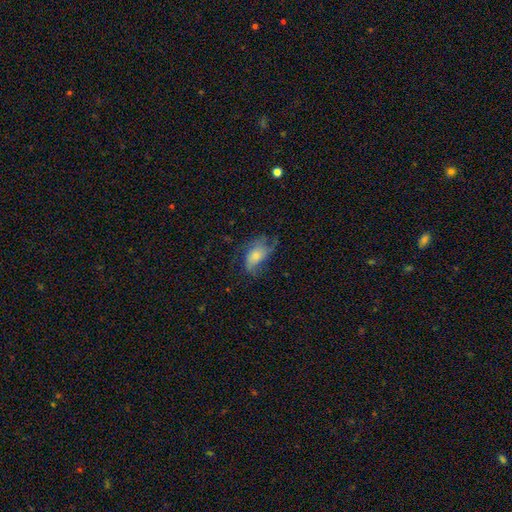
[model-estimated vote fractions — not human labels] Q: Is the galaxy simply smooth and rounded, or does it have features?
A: smooth — 50%.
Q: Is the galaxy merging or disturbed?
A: none — 40%.